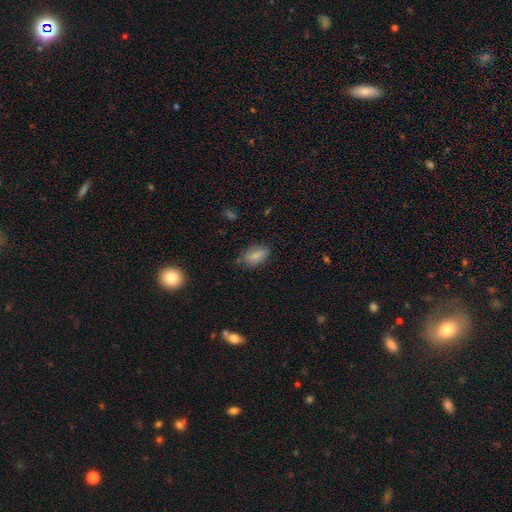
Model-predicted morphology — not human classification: smooth_or_featured: smooth (p=0.80) [alt: featured or disk p=0.11]
how_rounded: in between (p=0.90) [alt: round p=0.07]
merging: none (p=0.67) [alt: minor disturbance p=0.26]